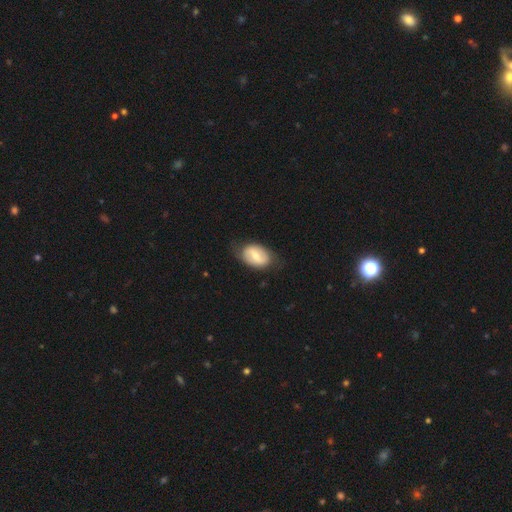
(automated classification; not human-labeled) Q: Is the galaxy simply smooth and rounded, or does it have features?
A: smooth — 48%.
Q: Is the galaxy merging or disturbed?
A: none — 72%.